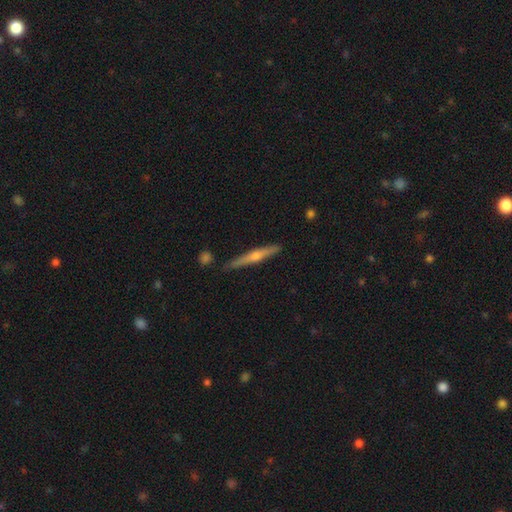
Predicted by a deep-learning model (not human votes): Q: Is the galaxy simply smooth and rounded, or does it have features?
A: featured or disk — 69%.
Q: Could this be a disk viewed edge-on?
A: yes — 97%.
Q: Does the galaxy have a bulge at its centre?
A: rounded — 84%.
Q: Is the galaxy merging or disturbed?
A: none — 86%.